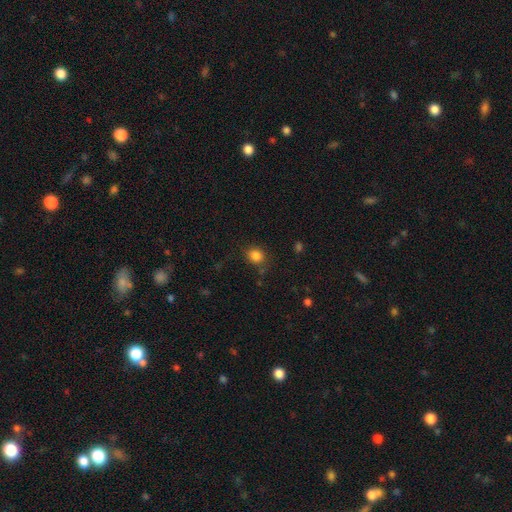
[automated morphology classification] smooth_or_featured: smooth (p=0.84) [alt: star or artifact p=0.12]
how_rounded: round (p=0.73) [alt: in between p=0.26]
merging: none (p=0.79) [alt: minor disturbance p=0.14]